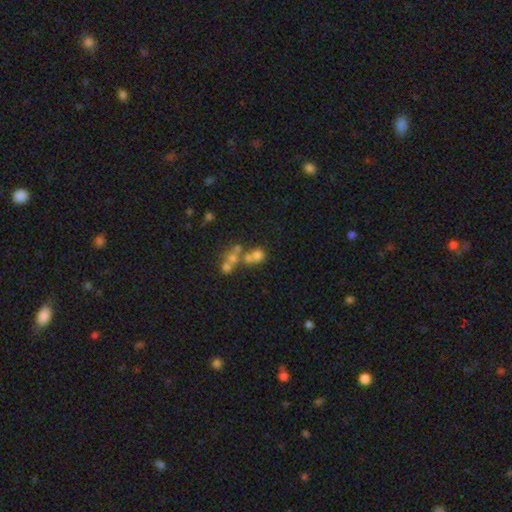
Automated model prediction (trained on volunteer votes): Smooth or featured?
  - smooth: 52% *
  - featured or disk: 27%
  - star or artifact: 21%
How rounded?
  - round: 78% *
  - in between: 21%
  - cigar-shaped: 2%
Merging?
  - merger: 50% *
  - none: 35%
  - minor disturbance: 8%
  - major disturbance: 7%